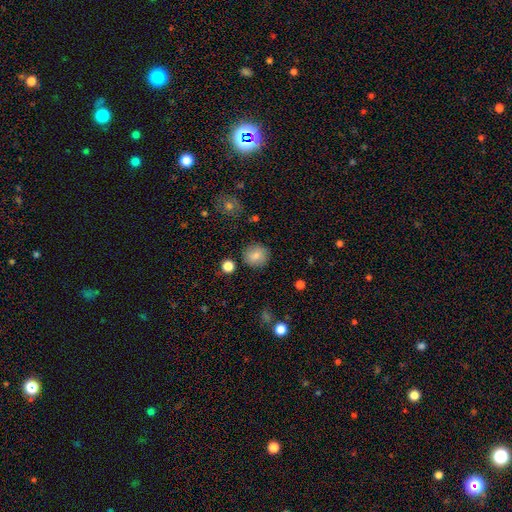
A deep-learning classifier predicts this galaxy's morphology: This is clearly a smooth galaxy (82%). How rounded: clearly round (91%). Merging: clearly none (87%).